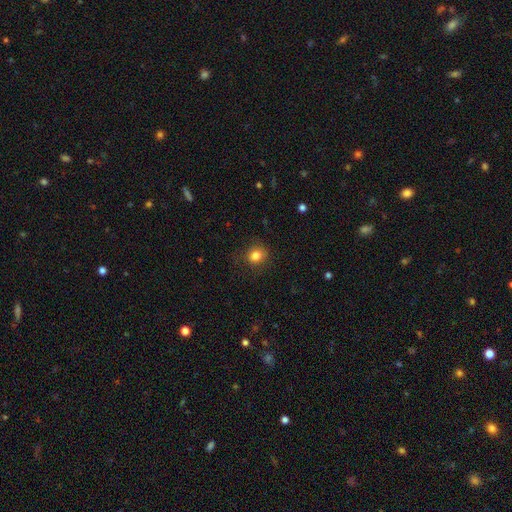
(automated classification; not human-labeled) Overall: smooth (82%). How rounded: round (74%). Merging: none (81%).